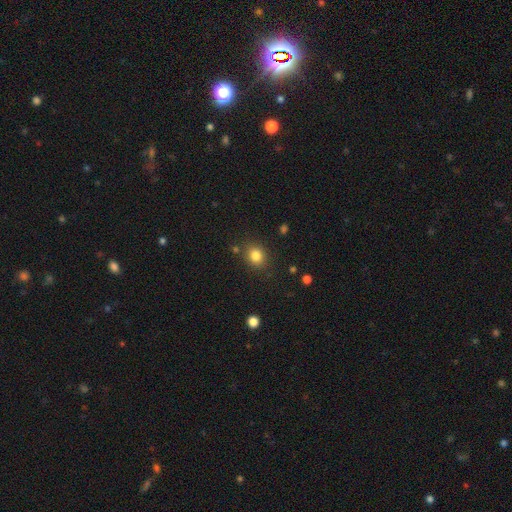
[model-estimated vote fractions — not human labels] Smooth or featured? smooth (82%)
How rounded? round (69%)
Merging? none (83%)